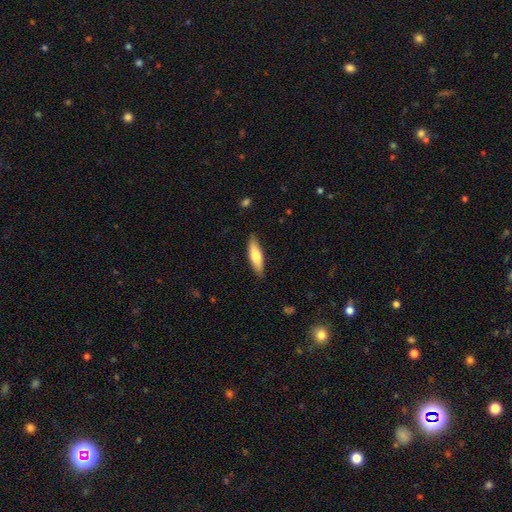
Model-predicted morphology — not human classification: smooth-or-featured: smooth: 70% | featured or disk: 25% | star or artifact: 5%
  how-rounded: cigar-shaped: 54% | in between: 44% | round: 2%
  merging: none: 86% | minor disturbance: 11% | major disturbance: 2% | merger: 1%